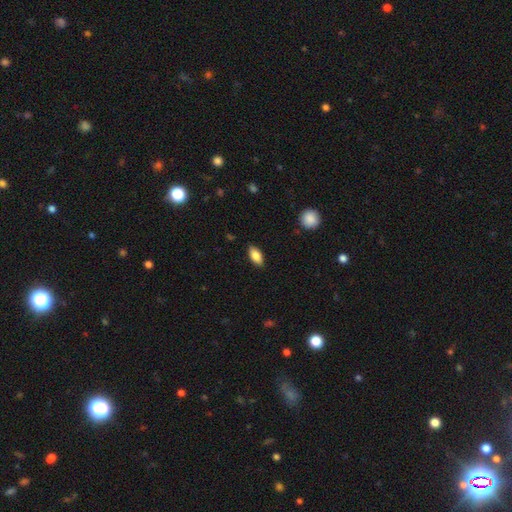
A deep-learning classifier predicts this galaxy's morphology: Q: Smooth or featured?
A: smooth (81%); runner-up: featured or disk (12%)
Q: How rounded?
A: in between (89%); runner-up: cigar-shaped (8%)
Q: Merging?
A: none (87%); runner-up: minor disturbance (10%)